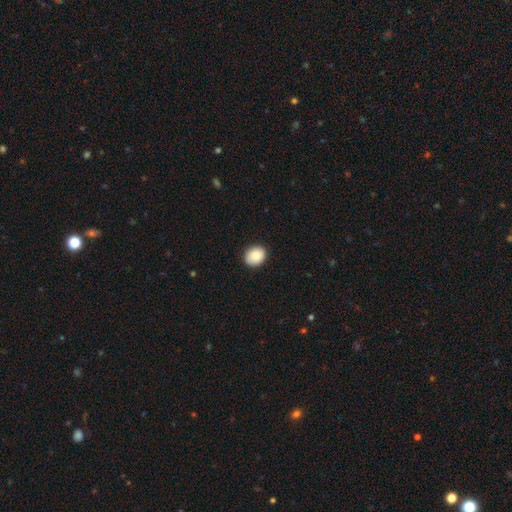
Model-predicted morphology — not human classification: This is clearly a smooth galaxy (85%). How rounded: possibly round (53%). Merging: clearly none (87%).